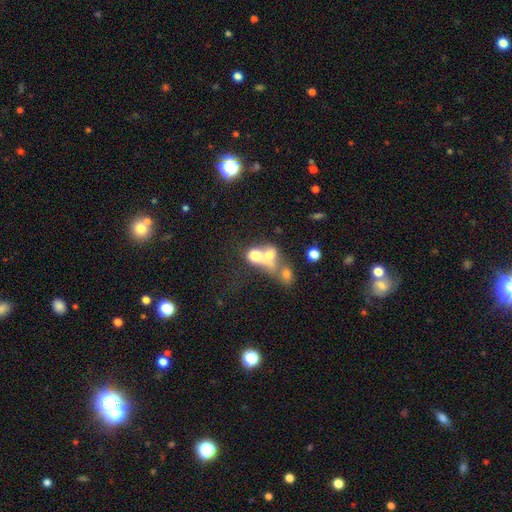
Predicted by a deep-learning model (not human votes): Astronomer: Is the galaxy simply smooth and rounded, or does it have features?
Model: smooth — 62%.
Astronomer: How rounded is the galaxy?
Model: round — 52% (runner-up: in between, 45%).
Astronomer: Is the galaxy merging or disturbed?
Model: merger — 71%.